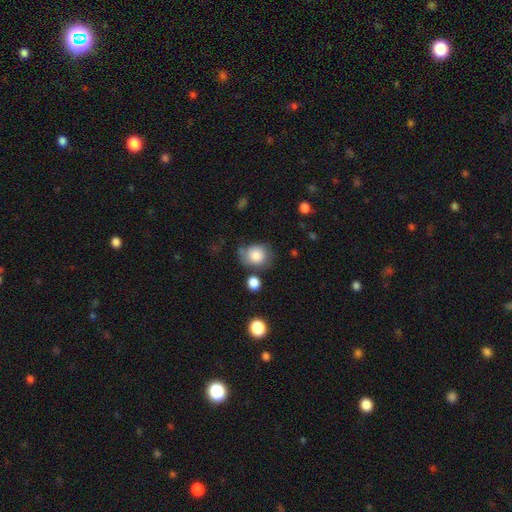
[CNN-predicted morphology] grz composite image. It shows a smooth galaxy with no disk features (80%) that is round (65%). Merging: none (53%).